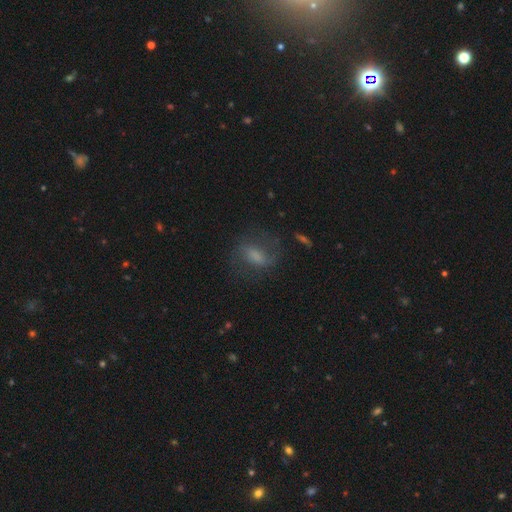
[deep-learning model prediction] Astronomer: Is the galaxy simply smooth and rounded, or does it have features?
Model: smooth — 47% (runner-up: featured or disk, 40%).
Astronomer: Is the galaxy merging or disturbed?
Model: none — 63%.